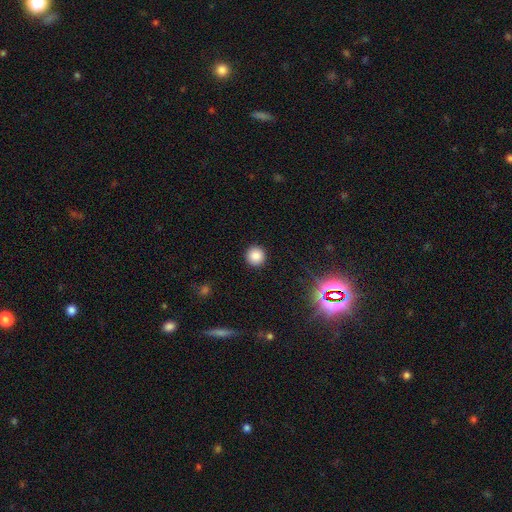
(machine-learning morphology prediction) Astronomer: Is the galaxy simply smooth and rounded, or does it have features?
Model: smooth — 85%.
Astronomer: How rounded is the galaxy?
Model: round — 95%.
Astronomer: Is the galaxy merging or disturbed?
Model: none — 93%.